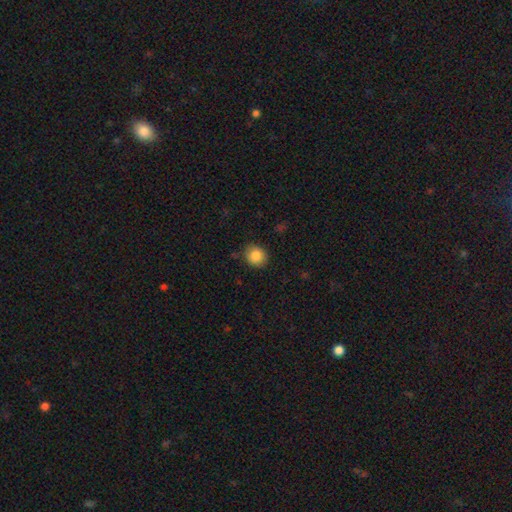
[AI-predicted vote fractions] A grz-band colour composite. It shows a smooth galaxy with no disk features (84%) that is round (76%). Merging: none (84%).